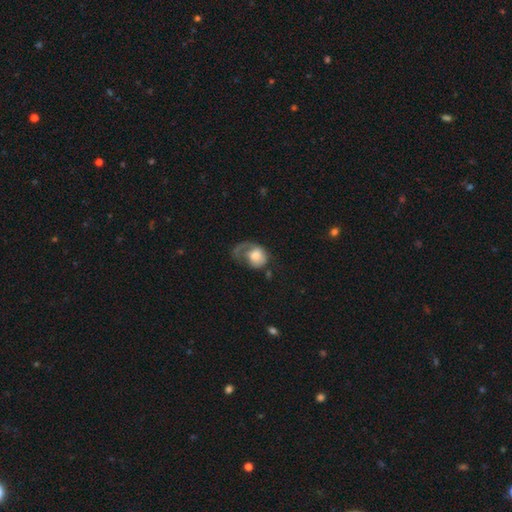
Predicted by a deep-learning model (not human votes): smooth 55%, featured or disk 37%, star or artifact 7%. Down the decision tree: how rounded — round (51%); merging — major disturbance (57%).